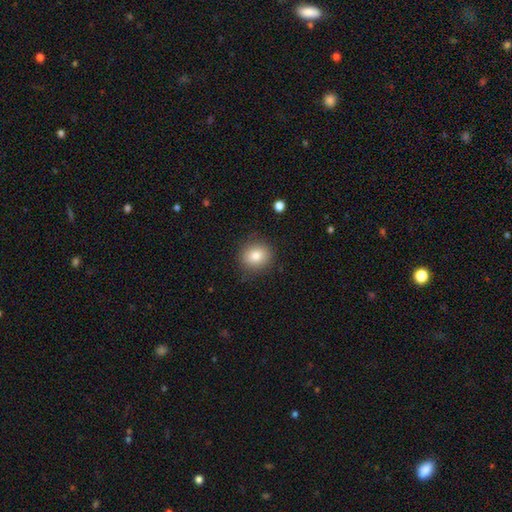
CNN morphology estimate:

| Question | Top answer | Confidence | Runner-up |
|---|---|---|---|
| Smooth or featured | smooth | 83% | star or artifact (10%) |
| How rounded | round | 79% | in between (20%) |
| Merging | none | 86% | minor disturbance (10%) |